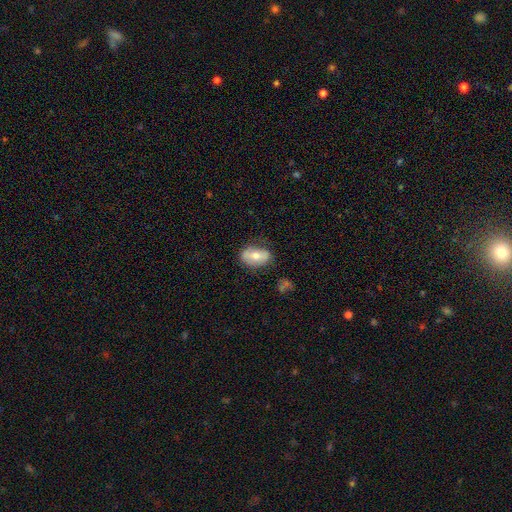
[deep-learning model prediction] smooth-or-featured: smooth: 60% | featured or disk: 33% | star or artifact: 7%
  how-rounded: in between: 88% | round: 10% | cigar-shaped: 2%
  merging: none: 73% | minor disturbance: 19% | major disturbance: 5% | merger: 2%